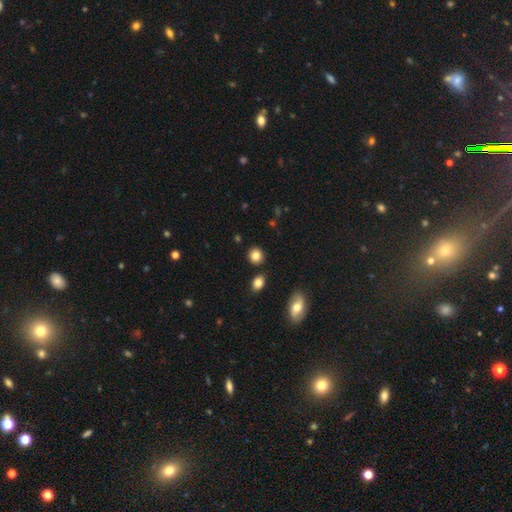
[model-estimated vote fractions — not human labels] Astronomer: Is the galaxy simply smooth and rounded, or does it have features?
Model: smooth — 84%.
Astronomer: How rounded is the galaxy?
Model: round — 82%.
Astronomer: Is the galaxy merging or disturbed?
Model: none — 86%.